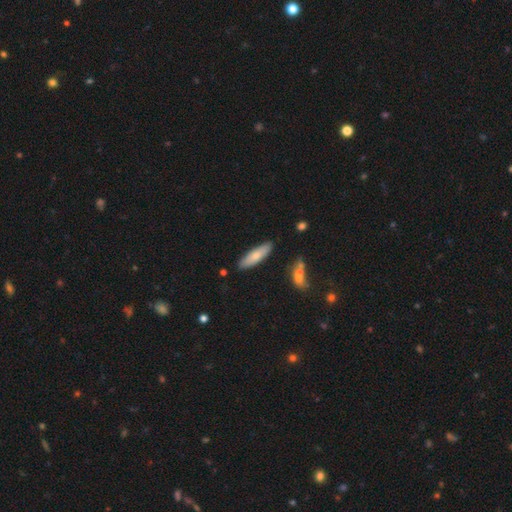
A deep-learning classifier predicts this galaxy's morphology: Smooth or featured? smooth (72%)
How rounded? cigar-shaped (59%)
Merging? none (85%)